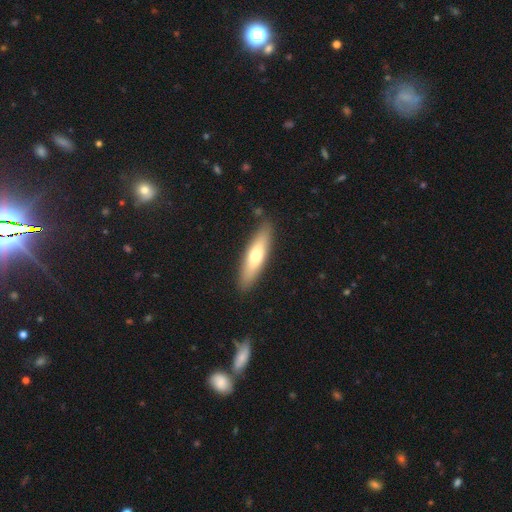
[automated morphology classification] Smooth or featured? smooth (60%)
How rounded? cigar-shaped (65%)
Merging? none (88%)